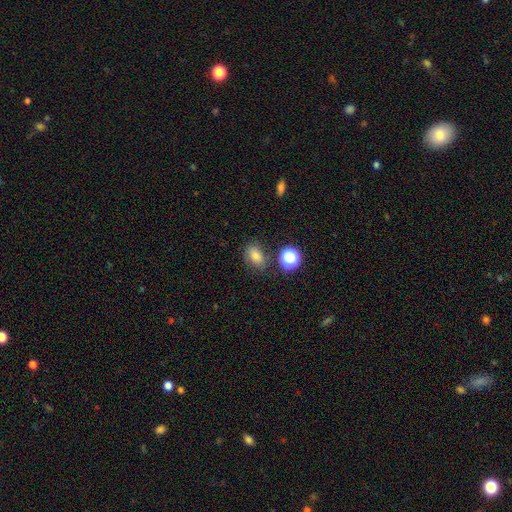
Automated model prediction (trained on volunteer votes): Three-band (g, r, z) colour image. It shows a smooth galaxy with no disk features (65%) that is in between round and cigar-shaped (68%). Merging: none (75%).